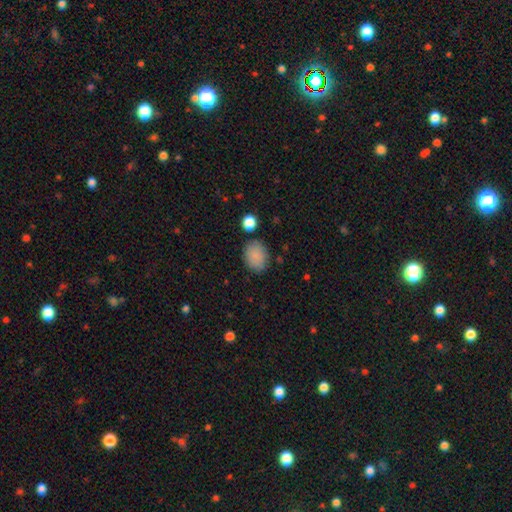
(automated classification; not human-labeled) Smooth or featured?
  - smooth: 87% *
  - star or artifact: 9%
  - featured or disk: 5%
How rounded?
  - in between: 51% *
  - round: 48%
  - cigar-shaped: 1%
Merging?
  - none: 81% *
  - minor disturbance: 12%
  - major disturbance: 3%
  - merger: 3%